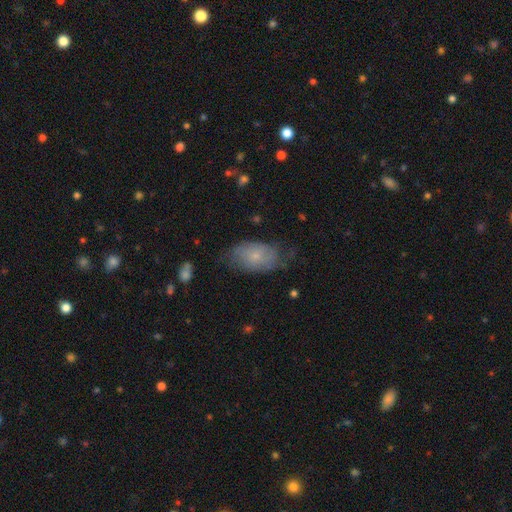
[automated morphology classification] smooth-or-featured: smooth: 56% | featured or disk: 36% | star or artifact: 8%
  how-rounded: in between: 91% | round: 6% | cigar-shaped: 2%
  merging: none: 58% | minor disturbance: 29% | major disturbance: 12% | merger: 2%